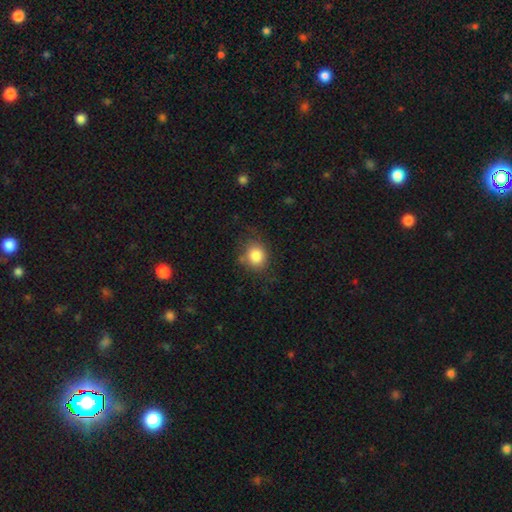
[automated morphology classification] A smooth galaxy with no disk features (84%) that is round (65%).

Vote fractions:
- Smooth or featured? smooth: 84% / star or artifact: 9% / featured or disk: 7%
- How rounded? round: 65% / in between: 34% / cigar-shaped: 1%
- Merging? none: 71% / minor disturbance: 19% / major disturbance: 7% / merger: 3%